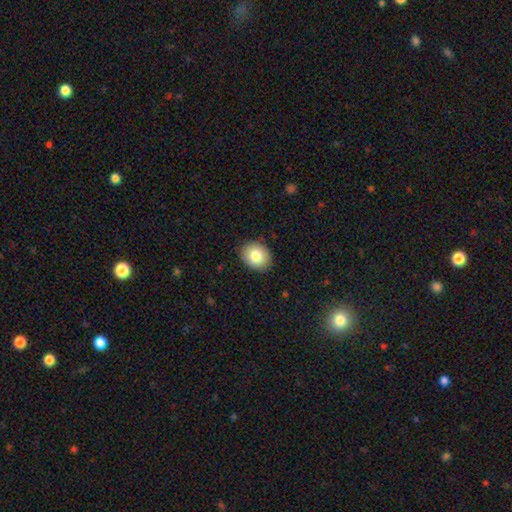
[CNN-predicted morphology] A smooth galaxy with no disk features (81%) that is round (61%).

Vote fractions:
- Smooth or featured? smooth: 81% / featured or disk: 10% / star or artifact: 9%
- How rounded? round: 61% / in between: 38% / cigar-shaped: 1%
- Merging? none: 87% / minor disturbance: 10% / major disturbance: 2% / merger: 1%